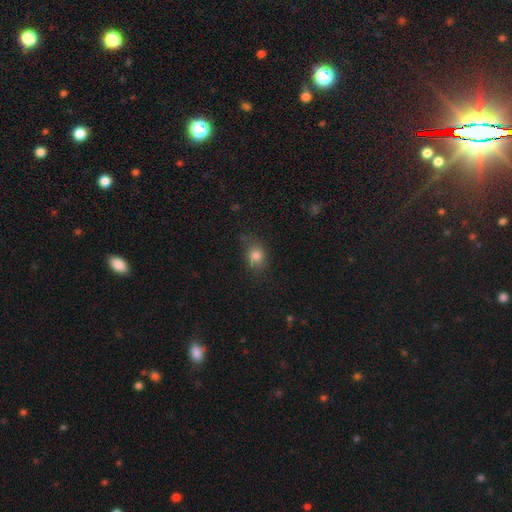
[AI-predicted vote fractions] This is clearly a smooth galaxy (81%). How rounded: possibly round (52%). Merging: likely none (68%).